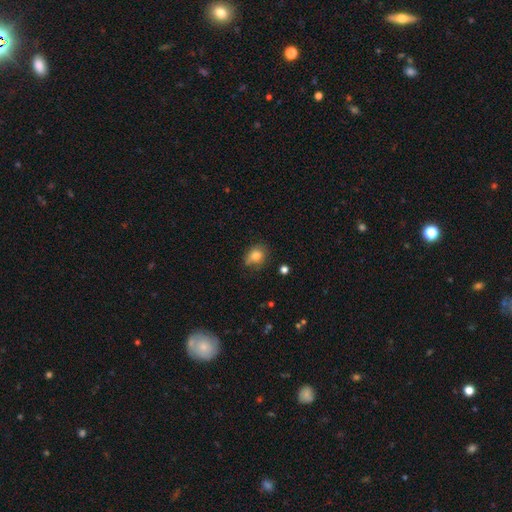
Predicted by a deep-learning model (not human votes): Smooth or featured? smooth (79%)
How rounded? round (50%)
Merging? none (58%)